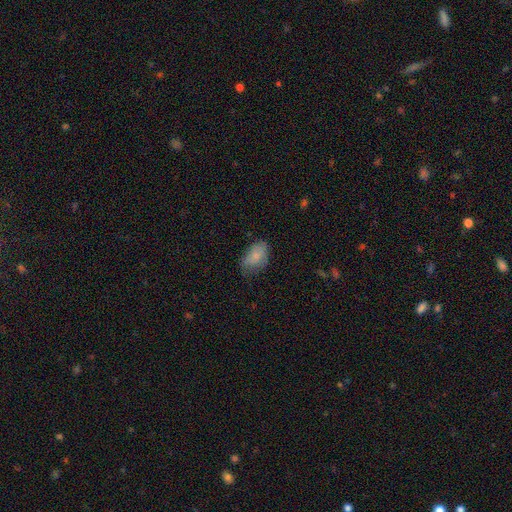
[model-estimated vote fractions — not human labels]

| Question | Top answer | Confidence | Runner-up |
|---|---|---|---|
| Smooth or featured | smooth | 80% | featured or disk (13%) |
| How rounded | in between | 92% | round (7%) |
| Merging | none | 55% | minor disturbance (34%) |